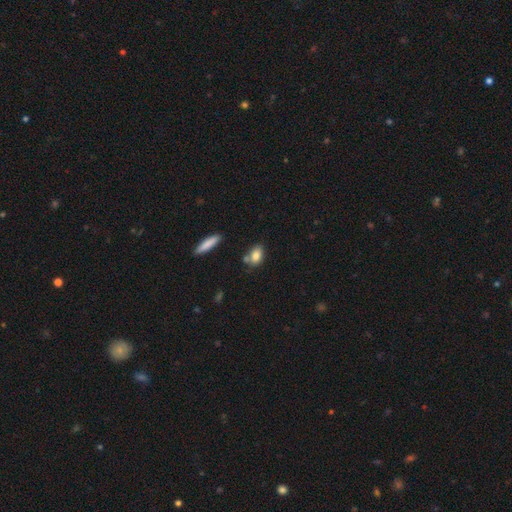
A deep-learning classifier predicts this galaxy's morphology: type=smooth (82%); roundness=in between (82%); merging=none (61%).